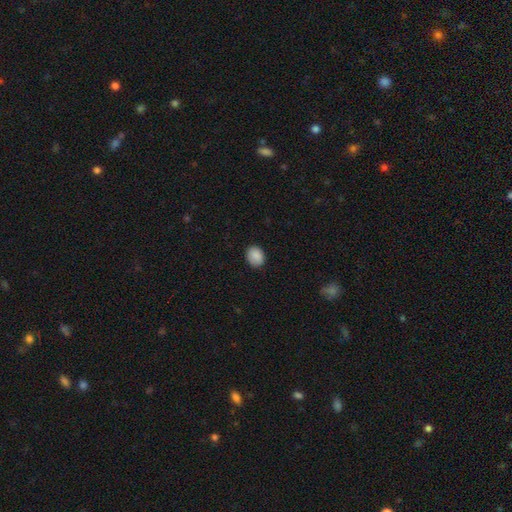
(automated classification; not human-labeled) A smooth galaxy with no disk features (89%) that is in between round and cigar-shaped (60%). Merging: none (85%).